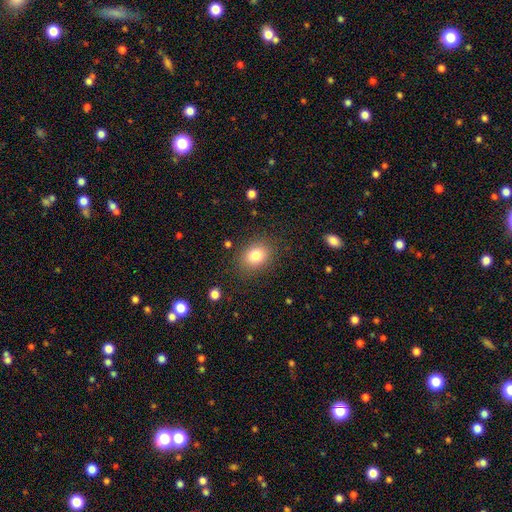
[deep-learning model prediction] A smooth galaxy with no disk features (82%) that is in between round and cigar-shaped (51%). Merging: none (85%).